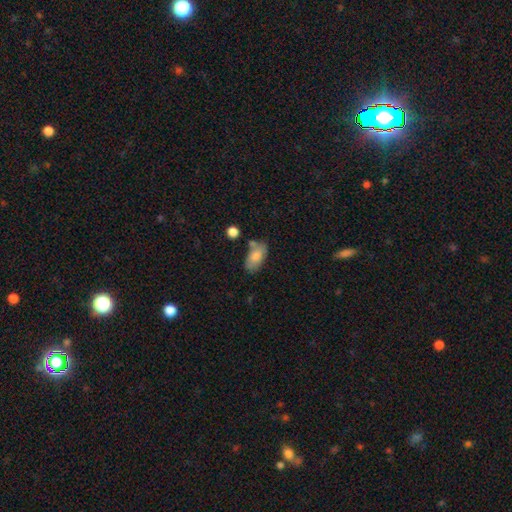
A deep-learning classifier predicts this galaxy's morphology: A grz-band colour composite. It shows a smooth galaxy with no disk features (78%) that is in between round and cigar-shaped (92%). Merging: none (60%).